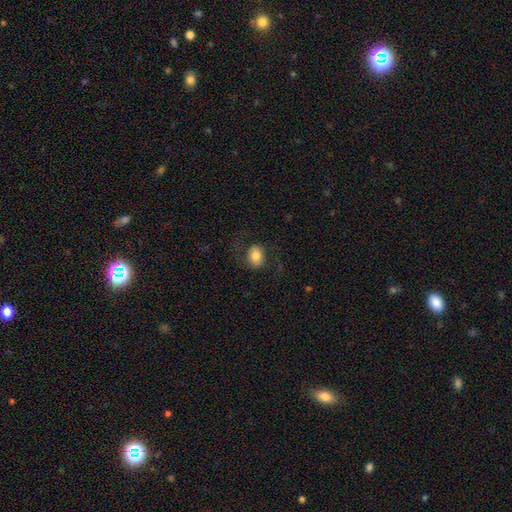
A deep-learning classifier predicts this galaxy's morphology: This is likely a smooth galaxy (66%). How rounded: likely in between (66%). Merging: likely none (72%).